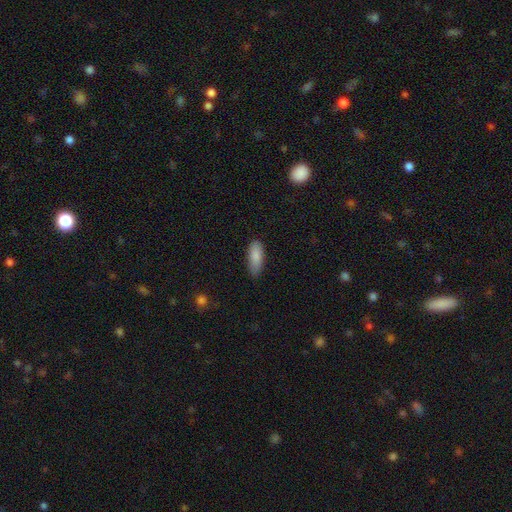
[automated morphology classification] Smooth or featured: smooth — 87% (featured or disk — 7%)
How rounded: in between — 76% (cigar-shaped — 22%)
Merging: none — 74% (minor disturbance — 21%)